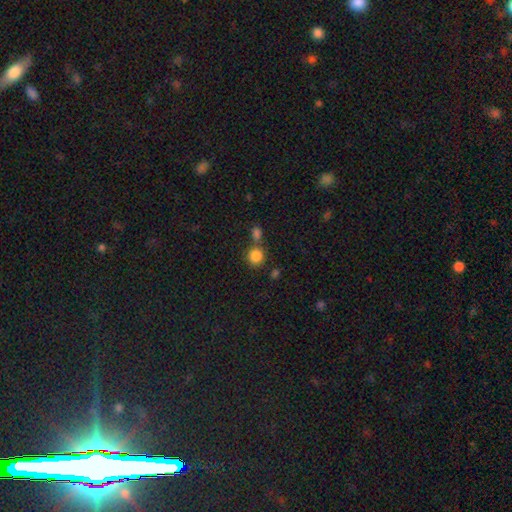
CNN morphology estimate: The model was most divided on "merging": none: 61%, merger: 26%, minor disturbance: 9%, major disturbance: 4%. More confident: how rounded — round (87%); smooth or featured — smooth (85%).